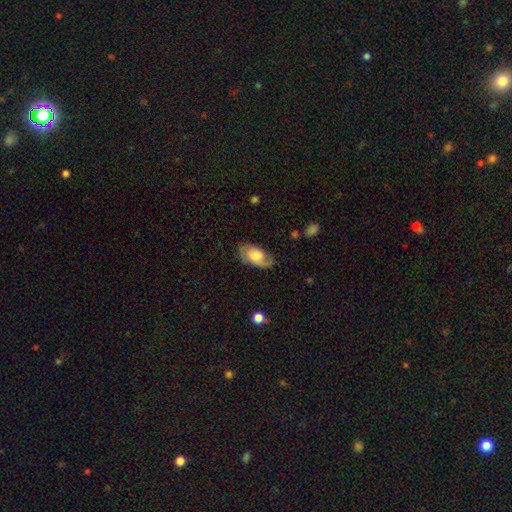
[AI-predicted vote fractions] The model was most divided on "smooth or featured": smooth: 47%, featured or disk: 46%, star or artifact: 7%. More confident: merging — none (68%).